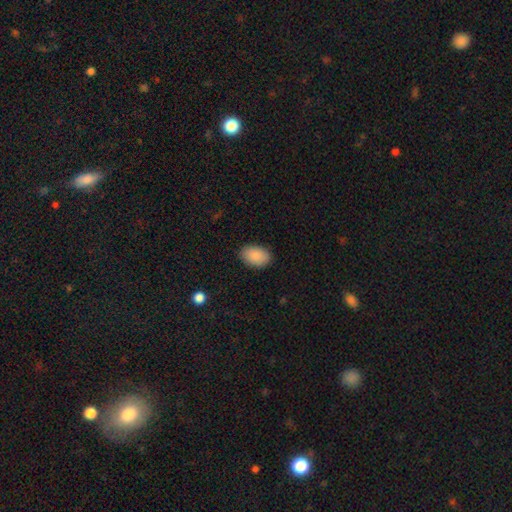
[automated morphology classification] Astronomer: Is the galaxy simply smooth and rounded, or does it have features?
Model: smooth — 89%.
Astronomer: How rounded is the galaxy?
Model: in between — 89%.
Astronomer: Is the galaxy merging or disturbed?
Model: none — 88%.